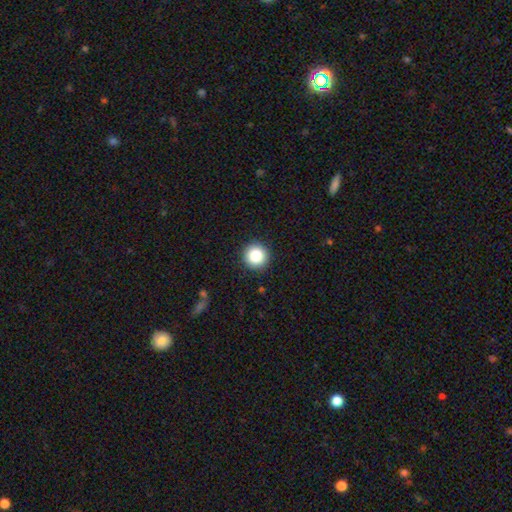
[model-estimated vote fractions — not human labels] Smooth or featured: smooth — 85% (star or artifact — 10%)
How rounded: round — 96% (in between — 3%)
Merging: none — 92% (minor disturbance — 5%)